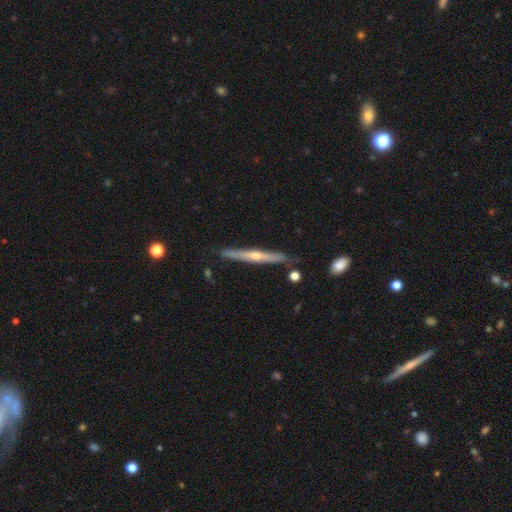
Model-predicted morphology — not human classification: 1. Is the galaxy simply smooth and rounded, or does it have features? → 72% featured or disk, 22% smooth, 6% star or artifact.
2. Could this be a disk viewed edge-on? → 97% yes, 3% no.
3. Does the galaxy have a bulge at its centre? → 81% rounded, 16% none, 3% boxy.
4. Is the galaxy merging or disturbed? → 87% none, 9% minor disturbance, 2% merger, 2% major disturbance.